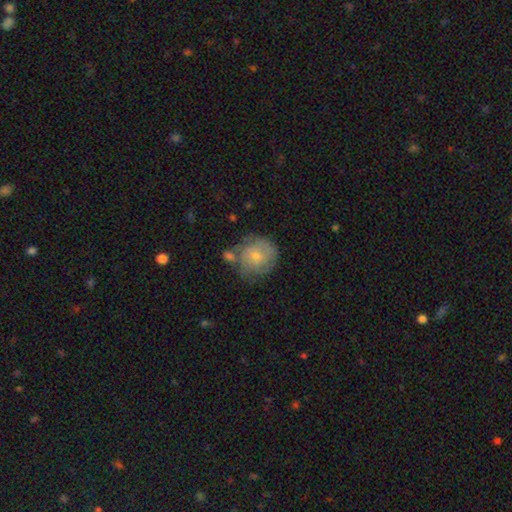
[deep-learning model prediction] Smooth or featured: smooth — 47% (featured or disk — 45%)
Merging: none — 60% (minor disturbance — 22%)